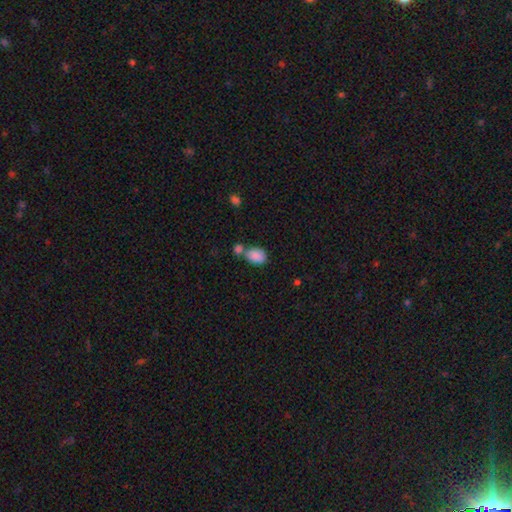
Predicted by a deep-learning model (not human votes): Q: Smooth or featured?
A: smooth (87%); runner-up: star or artifact (8%)
Q: How rounded?
A: in between (75%); runner-up: round (24%)
Q: Merging?
A: none (48%); runner-up: merger (34%)